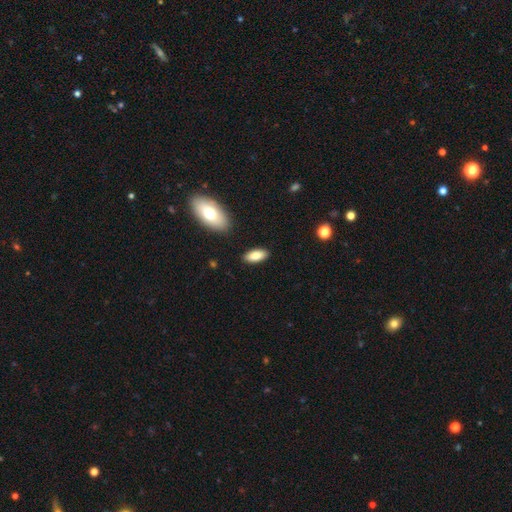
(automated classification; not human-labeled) smooth_or_featured: smooth (p=0.83) [alt: featured or disk p=0.11]
how_rounded: in between (p=0.86) [alt: cigar-shaped p=0.12]
merging: none (p=0.88) [alt: minor disturbance p=0.08]